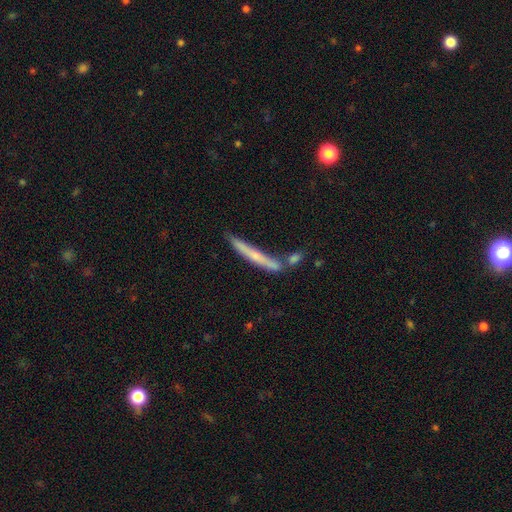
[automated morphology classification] The model was most divided on "smooth or featured" (2-way tie): featured or disk: 46%, smooth: 46%, star or artifact: 8%. More confident: merging — none (63%).